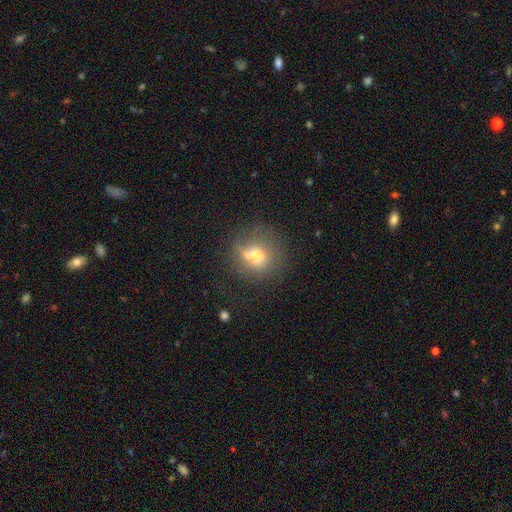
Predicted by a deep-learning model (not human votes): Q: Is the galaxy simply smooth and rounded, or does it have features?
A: smooth — 60%.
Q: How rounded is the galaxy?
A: round — 83%.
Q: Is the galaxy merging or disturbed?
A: none — 54%.